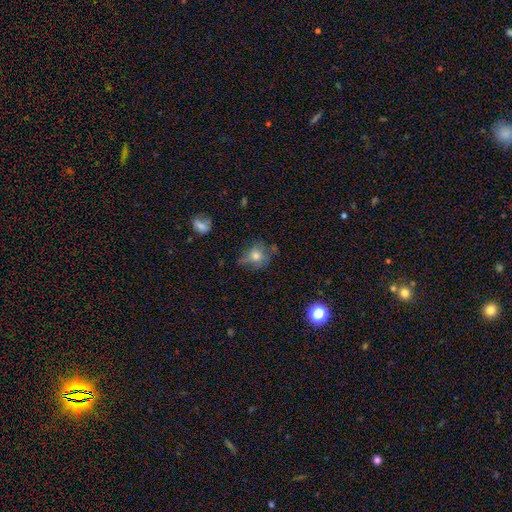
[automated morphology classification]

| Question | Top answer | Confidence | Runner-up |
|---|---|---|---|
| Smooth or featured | smooth | 62% | featured or disk (25%) |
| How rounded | round | 68% | in between (31%) |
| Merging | none | 55% | minor disturbance (28%) |